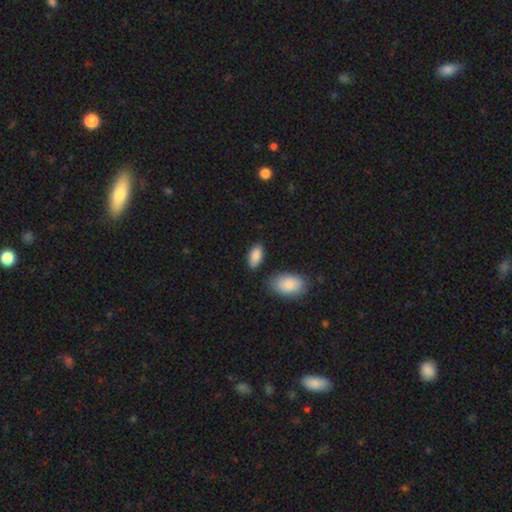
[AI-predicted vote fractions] A smooth galaxy with no disk features (87%) that is in between round and cigar-shaped (91%). Merging: none (76%).